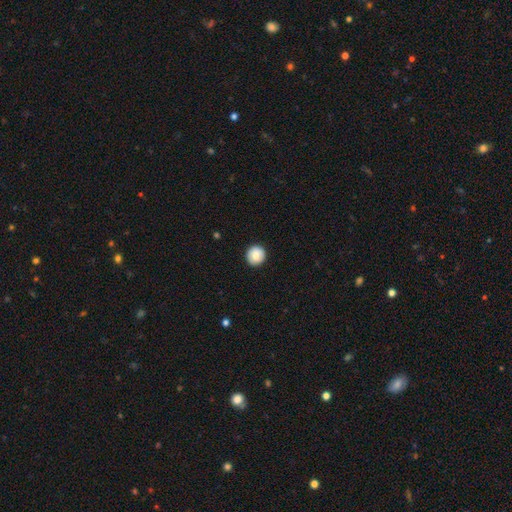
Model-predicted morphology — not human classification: smooth-or-featured: smooth: 77% | featured or disk: 15% | star or artifact: 8%
  how-rounded: round: 93% | in between: 6% | cigar-shaped: 1%
  merging: none: 91% | minor disturbance: 7% | major disturbance: 2% | merger: 1%